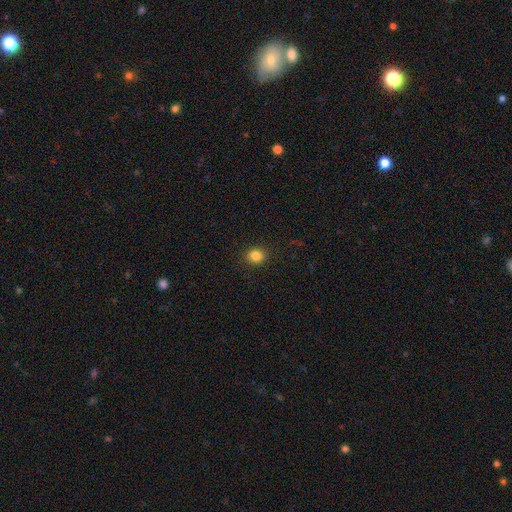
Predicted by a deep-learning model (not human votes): A smooth galaxy with no disk features (84%) that is round (79%). Merging: none (91%).